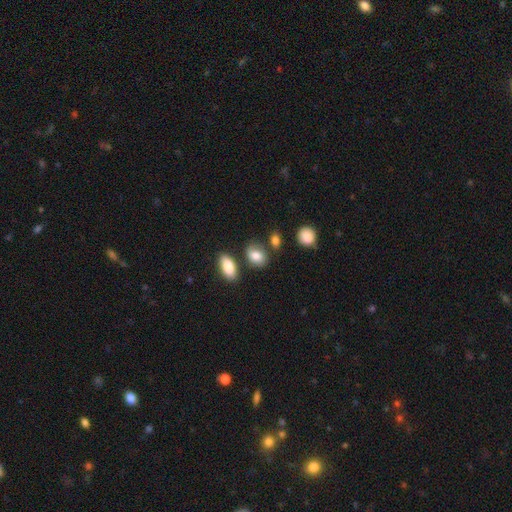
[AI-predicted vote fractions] Smooth or featured?
  - smooth: 80% *
  - featured or disk: 11%
  - star or artifact: 9%
How rounded?
  - in between: 76% *
  - round: 22%
  - cigar-shaped: 2%
Merging?
  - none: 65% *
  - minor disturbance: 19%
  - merger: 10%
  - major disturbance: 6%